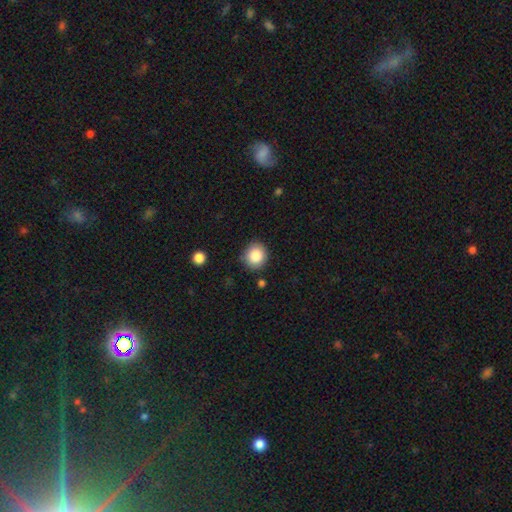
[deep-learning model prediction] A smooth galaxy with no disk features (86%) that is round (83%).

Vote fractions:
- Smooth or featured? smooth: 86% / star or artifact: 9% / featured or disk: 5%
- How rounded? round: 83% / in between: 17% / cigar-shaped: 1%
- Merging? none: 86% / minor disturbance: 10% / major disturbance: 2% / merger: 2%